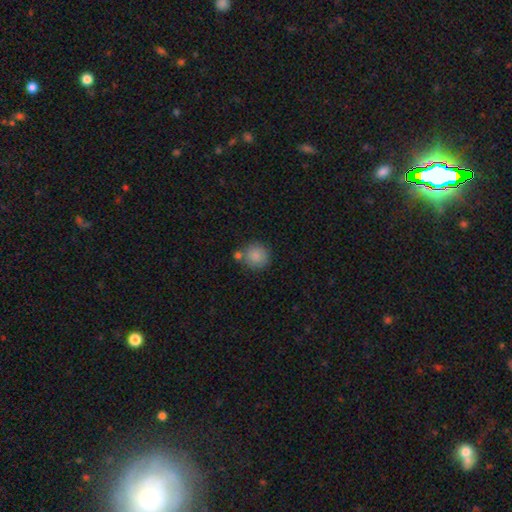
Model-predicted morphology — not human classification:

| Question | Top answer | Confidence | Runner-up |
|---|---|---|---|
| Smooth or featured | smooth | 86% | star or artifact (8%) |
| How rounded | round | 92% | in between (7%) |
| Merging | none | 69% | merger (18%) |